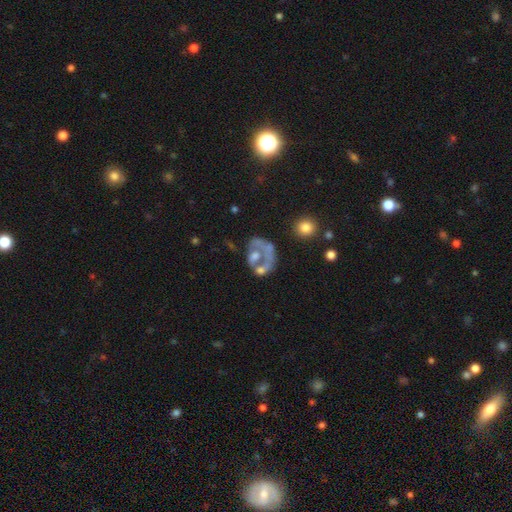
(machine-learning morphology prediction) Smooth or featured? Predicted: featured or disk (p=0.60). Edge-on disk? Predicted: no (p=0.98). Bar? Predicted: no (p=0.91). Spiral arms? Predicted: no (p=0.84). Bulge size? Predicted: none (p=0.50). Merging? Predicted: none (p=0.31).